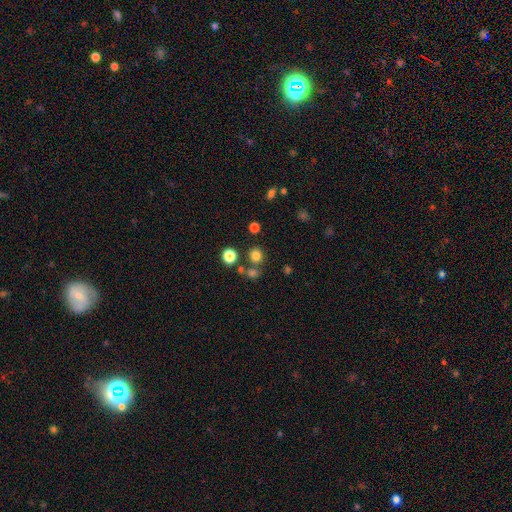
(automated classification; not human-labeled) smooth 78%, star or artifact 16%, featured or disk 6%. Down the decision tree: how rounded — round (87%); merging — none (75%).